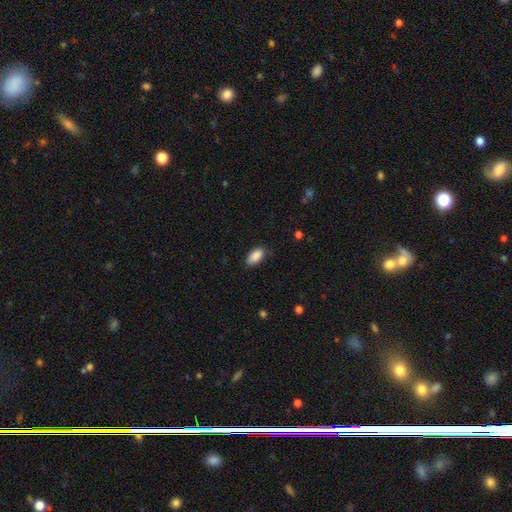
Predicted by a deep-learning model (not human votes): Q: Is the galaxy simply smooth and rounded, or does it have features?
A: smooth — 89%.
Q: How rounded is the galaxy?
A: in between — 93%.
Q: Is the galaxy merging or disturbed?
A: none — 77%.